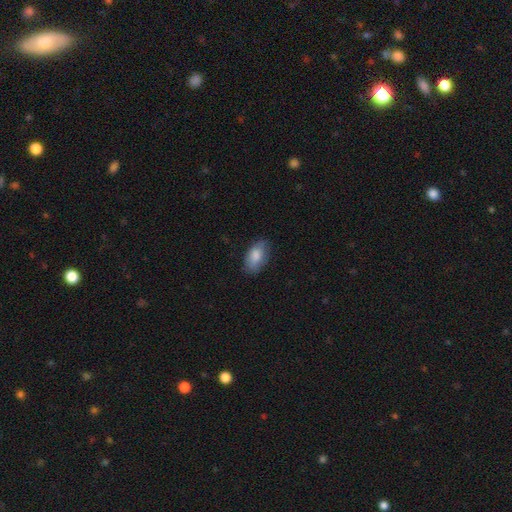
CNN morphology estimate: smooth 84%, featured or disk 10%, star or artifact 6%. Down the decision tree: how rounded — in between (93%); merging — none (76%).